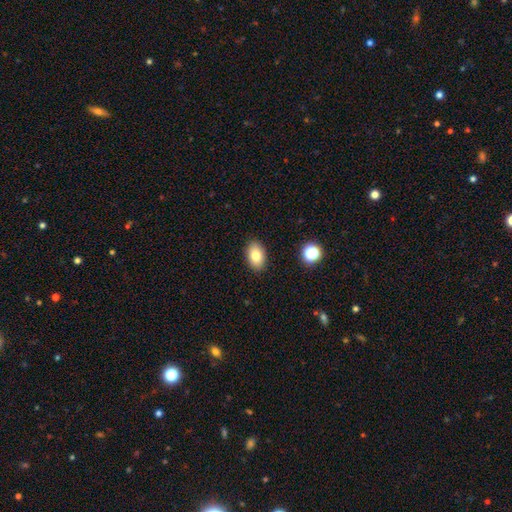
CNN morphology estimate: smooth 80%, featured or disk 11%, star or artifact 9%. Down the decision tree: how rounded — in between (87%); merging — none (88%).